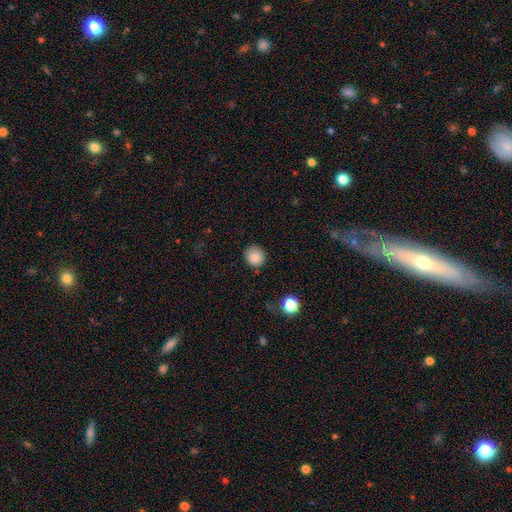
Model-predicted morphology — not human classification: smooth 86%, star or artifact 10%, featured or disk 4%. Down the decision tree: how rounded — round (87%); merging — none (84%).